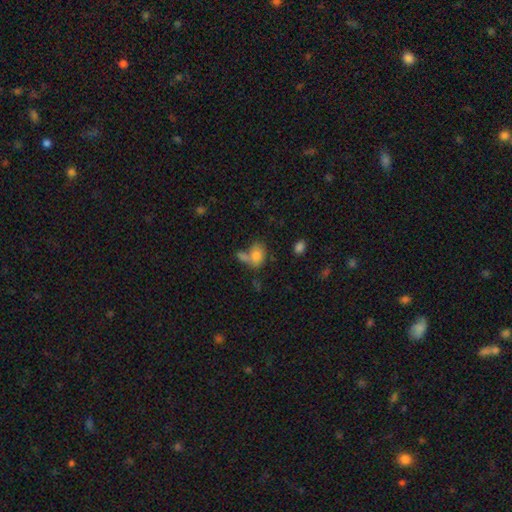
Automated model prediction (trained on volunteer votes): Smooth or featured: smooth — 76% (featured or disk — 14%)
How rounded: in between — 71% (round — 28%)
Merging: none — 42% (merger — 36%)